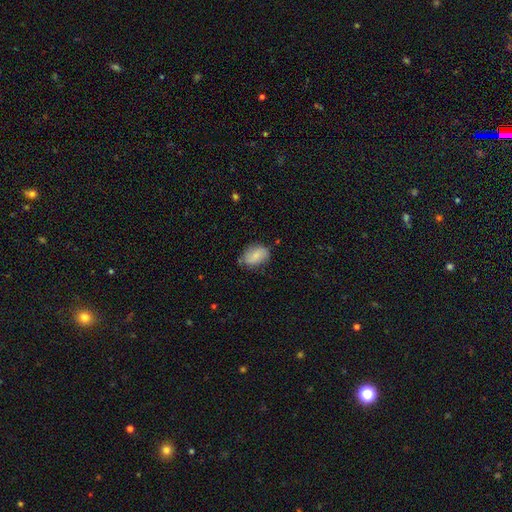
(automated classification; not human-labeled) A smooth galaxy with no disk features (75%) that is in between round and cigar-shaped (85%). Merging: none (69%).